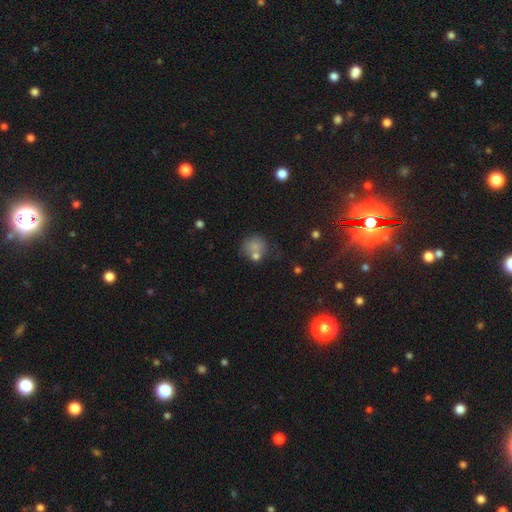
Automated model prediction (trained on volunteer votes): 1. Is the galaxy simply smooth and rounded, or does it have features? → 51% smooth, 35% star or artifact, 13% featured or disk.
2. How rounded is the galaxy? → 85% round, 13% in between, 1% cigar-shaped.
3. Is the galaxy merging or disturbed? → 58% none, 23% merger, 12% minor disturbance, 6% major disturbance.